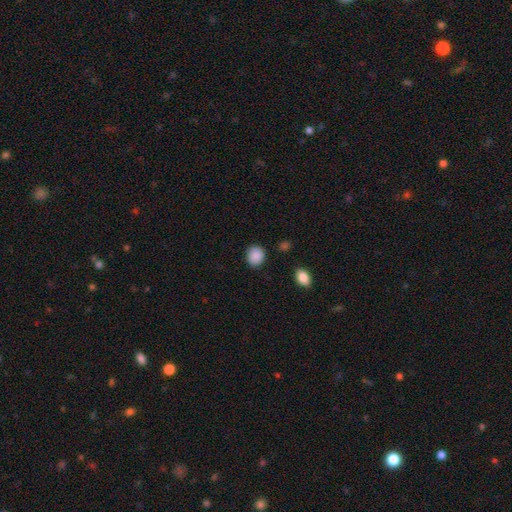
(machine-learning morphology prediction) Smooth or featured? smooth (89%)
How rounded? round (73%)
Merging? none (87%)